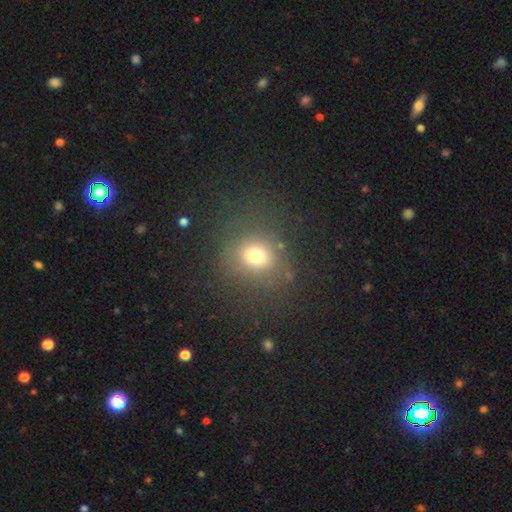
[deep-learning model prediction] This is likely a smooth galaxy (70%). How rounded: likely round (77%). Merging: likely none (78%).